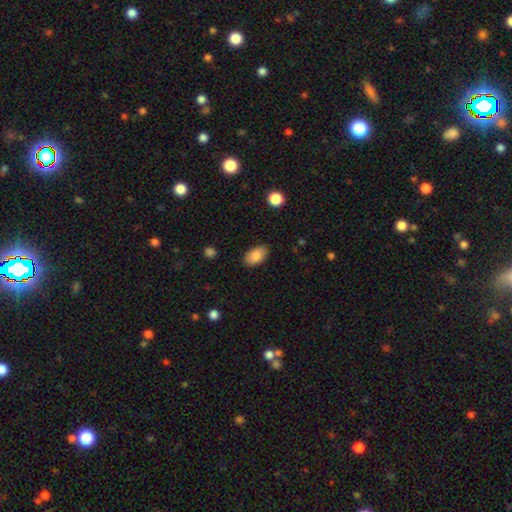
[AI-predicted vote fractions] A smooth galaxy with no disk features (87%) that is in between round and cigar-shaped (92%).

Vote fractions:
- Smooth or featured? smooth: 87% / star or artifact: 7% / featured or disk: 7%
- How rounded? in between: 92% / round: 7% / cigar-shaped: 1%
- Merging? none: 83% / minor disturbance: 13% / major disturbance: 3% / merger: 1%